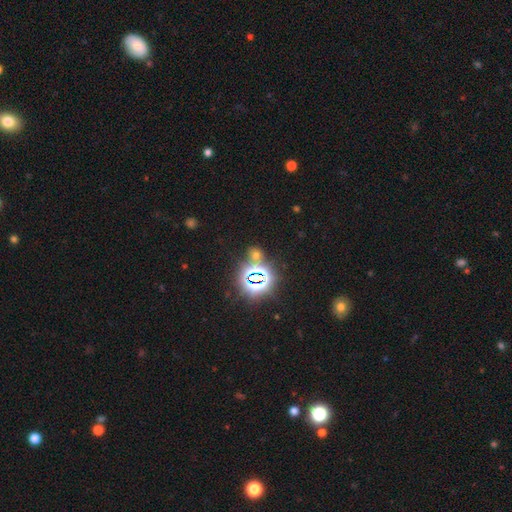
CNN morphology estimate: type=star or artifact (62%).